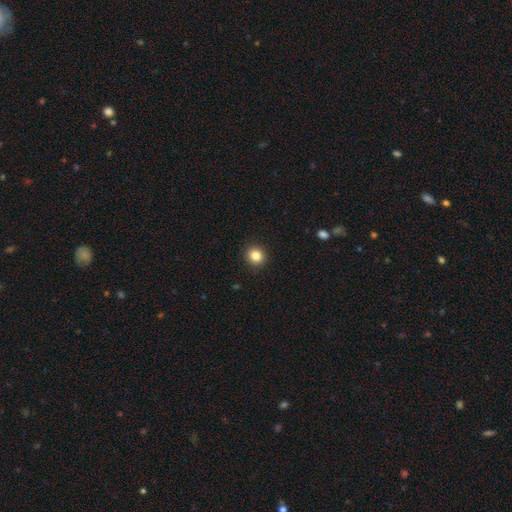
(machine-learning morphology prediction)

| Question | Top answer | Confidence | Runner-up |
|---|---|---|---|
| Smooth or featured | smooth | 84% | star or artifact (11%) |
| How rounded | round | 89% | in between (10%) |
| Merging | none | 92% | minor disturbance (5%) |